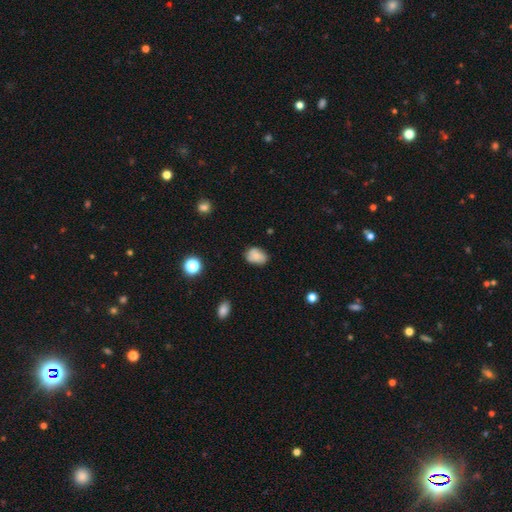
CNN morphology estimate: Smooth or featured? Predicted: smooth (p=0.71). How rounded? Predicted: in between (p=0.75). Merging? Predicted: none (p=0.69).